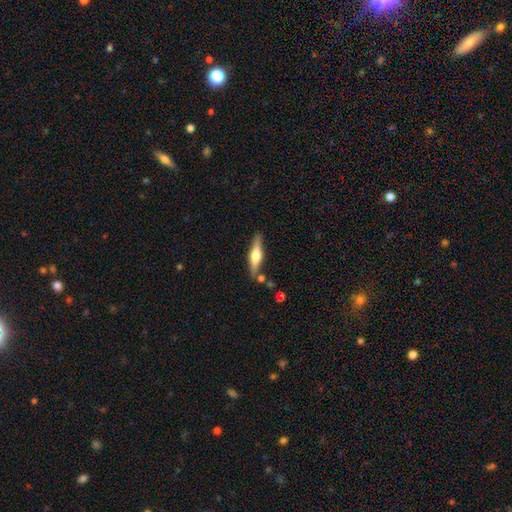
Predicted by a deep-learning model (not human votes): smooth-or-featured: featured or disk: 60% | smooth: 34% | star or artifact: 6%
  disk-edge-on: yes: 96% | no: 4%
    edge-on-bulge: rounded: 88% | boxy: 9% | none: 3%
  merging: none: 82% | minor disturbance: 11% | merger: 5% | major disturbance: 2%